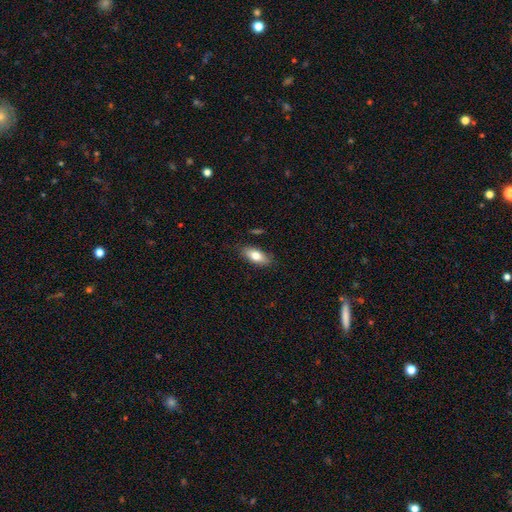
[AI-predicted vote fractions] A smooth galaxy with no disk features (76%) that is in between round and cigar-shaped (85%). Merging: none (85%).